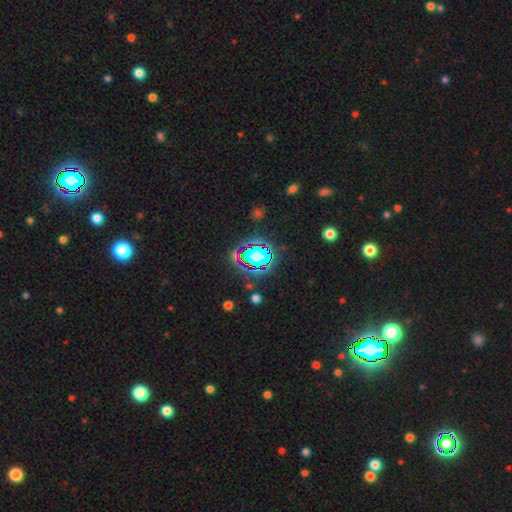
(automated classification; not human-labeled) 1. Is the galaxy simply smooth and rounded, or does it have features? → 59% star or artifact, 26% smooth, 15% featured or disk.